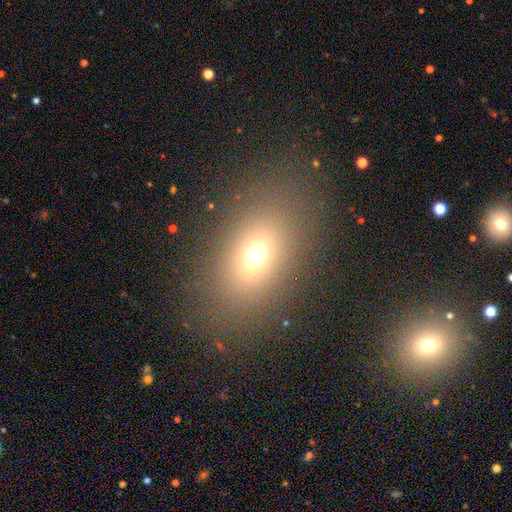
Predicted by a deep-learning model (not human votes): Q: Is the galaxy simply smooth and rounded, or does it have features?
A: smooth — 66%.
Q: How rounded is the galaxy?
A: in between — 74%.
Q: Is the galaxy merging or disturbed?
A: none — 79%.